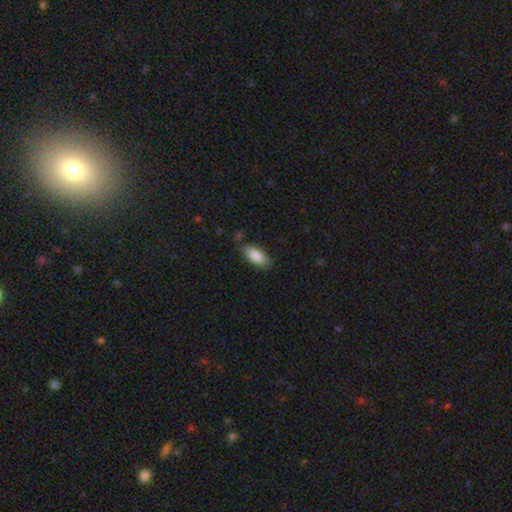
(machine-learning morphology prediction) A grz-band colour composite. It shows a smooth galaxy with no disk features (87%) that is in between round and cigar-shaped (85%). Merging: none (77%).